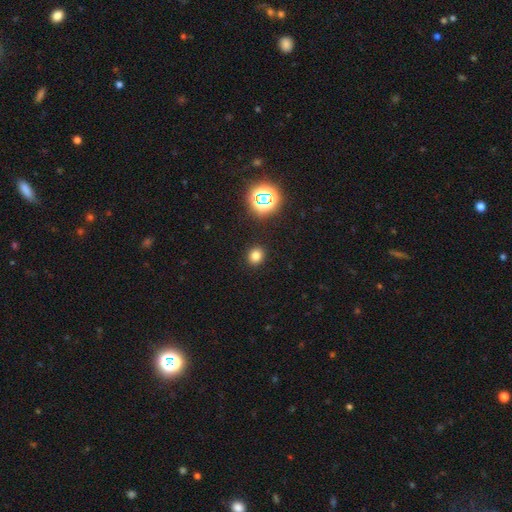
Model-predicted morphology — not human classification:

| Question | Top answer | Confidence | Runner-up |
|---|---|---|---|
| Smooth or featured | smooth | 76% | star or artifact (18%) |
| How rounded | round | 73% | in between (26%) |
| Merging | none | 90% | minor disturbance (6%) |